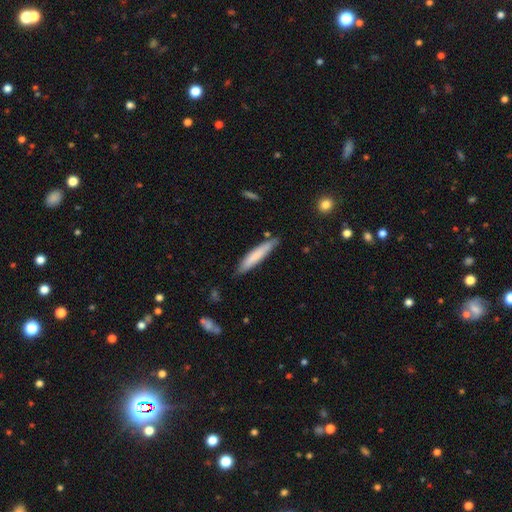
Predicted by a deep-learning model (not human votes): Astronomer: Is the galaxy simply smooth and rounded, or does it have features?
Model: smooth — 75%.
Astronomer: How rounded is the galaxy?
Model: cigar-shaped — 90%.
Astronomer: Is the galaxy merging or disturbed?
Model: none — 80%.